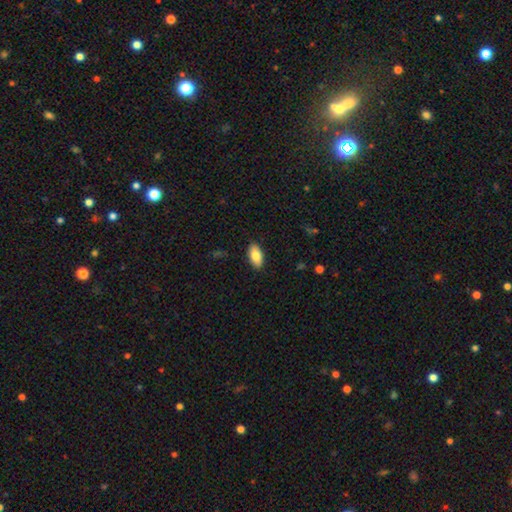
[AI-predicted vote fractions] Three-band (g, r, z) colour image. It shows a smooth galaxy with no disk features (82%) that is in between round and cigar-shaped (93%). Merging: none (89%).